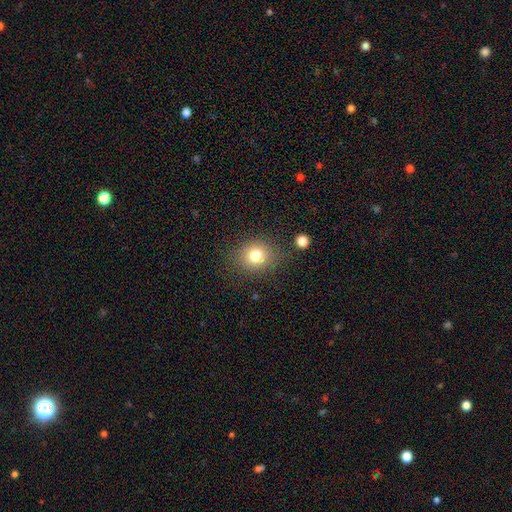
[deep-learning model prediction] Q: Smooth or featured?
A: smooth (78%); runner-up: star or artifact (12%)
Q: How rounded?
A: round (73%); runner-up: in between (26%)
Q: Merging?
A: none (79%); runner-up: minor disturbance (13%)